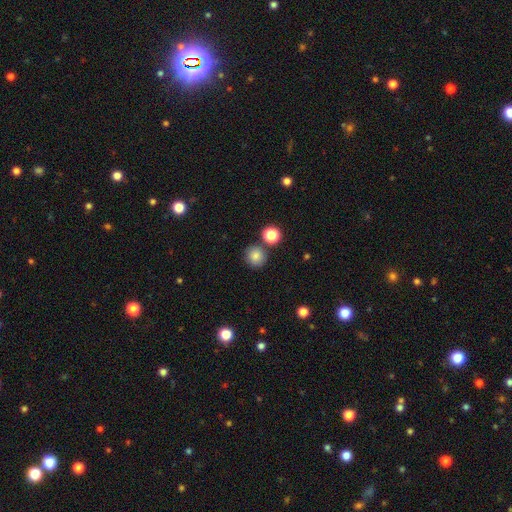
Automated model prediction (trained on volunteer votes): Smooth or featured? smooth (82%)
How rounded? round (91%)
Merging? none (79%)